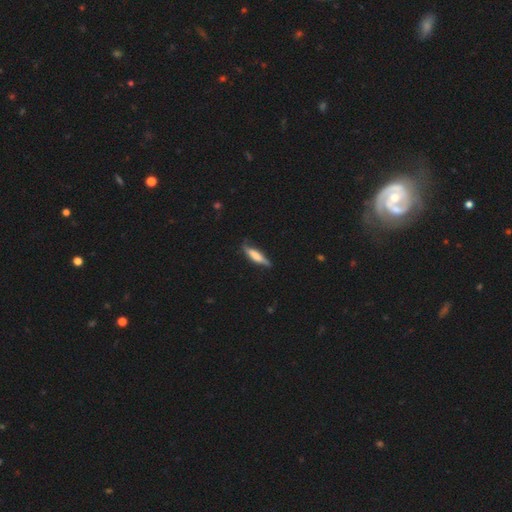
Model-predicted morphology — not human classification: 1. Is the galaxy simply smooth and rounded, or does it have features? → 61% smooth, 33% featured or disk, 6% star or artifact.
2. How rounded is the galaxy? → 76% cigar-shaped, 22% in between, 2% round.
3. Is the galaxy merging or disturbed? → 72% none, 22% minor disturbance, 4% major disturbance, 2% merger.